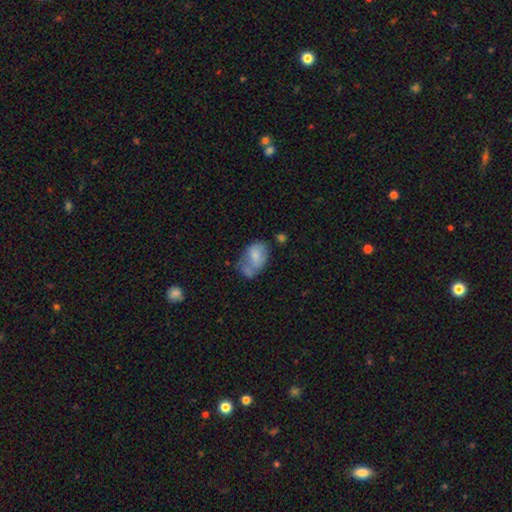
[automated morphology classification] Overall: smooth (67%). How rounded: in between (83%). Merging: merger (28%; minor disturbance 27%).